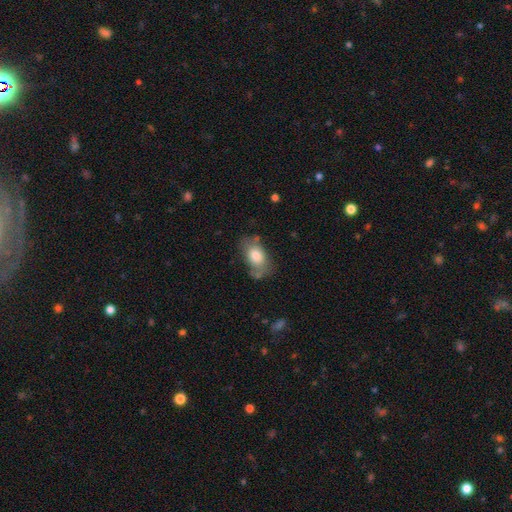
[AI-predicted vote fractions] Morphology: type=smooth (75%); roundness=in between (87%); merging=none (60%).